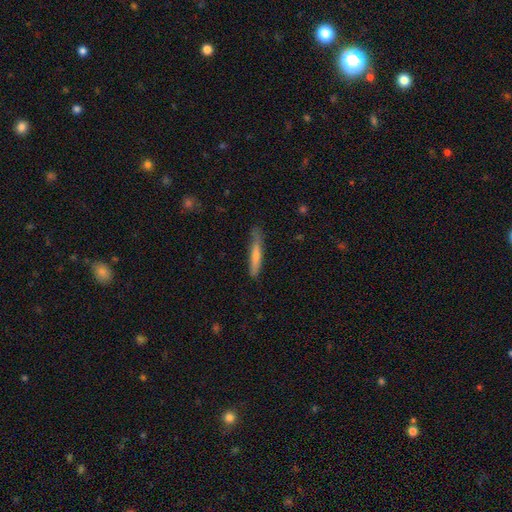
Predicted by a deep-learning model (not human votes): Smooth or featured? smooth (46%)
Merging? none (84%)